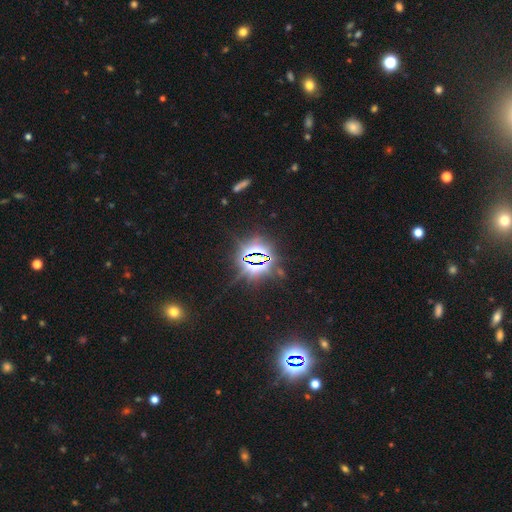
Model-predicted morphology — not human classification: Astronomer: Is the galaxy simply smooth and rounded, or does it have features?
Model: star or artifact — 84%.